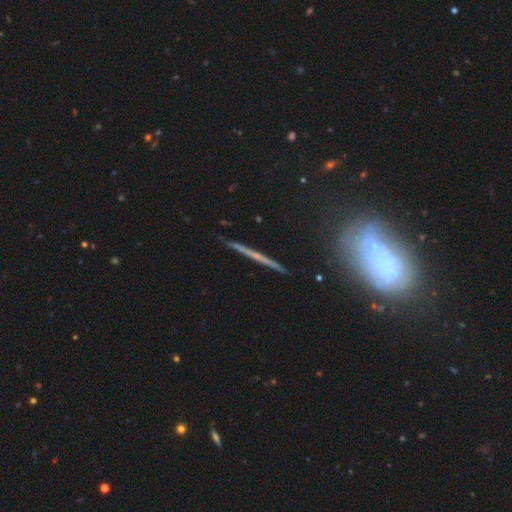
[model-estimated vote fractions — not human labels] smooth_or_featured: featured or disk (p=0.65) [alt: smooth p=0.23]
disk_edge_on: yes (p=0.94) [alt: no p=0.06]
edge_on_bulge: none (p=0.71) [alt: rounded p=0.21]
merging: none (p=0.88) [alt: minor disturbance p=0.08]